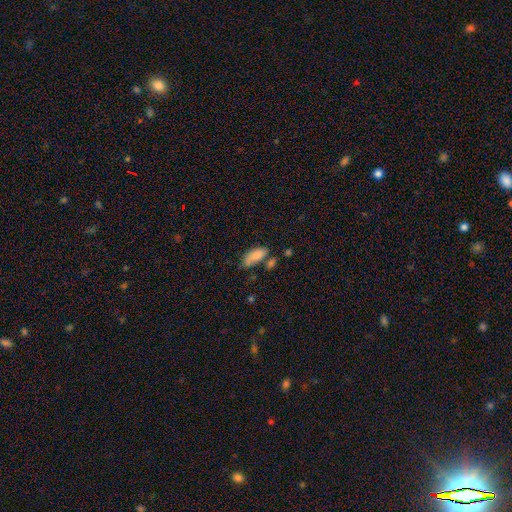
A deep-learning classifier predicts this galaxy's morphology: Smooth or featured: smooth — 81% (featured or disk — 11%)
How rounded: in between — 84% (cigar-shaped — 13%)
Merging: none — 44% (minor disturbance — 27%)